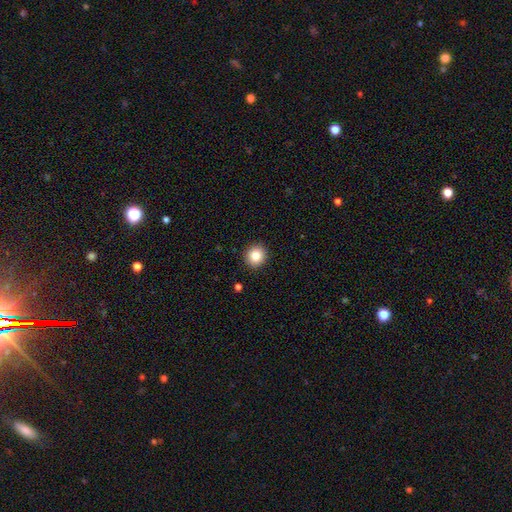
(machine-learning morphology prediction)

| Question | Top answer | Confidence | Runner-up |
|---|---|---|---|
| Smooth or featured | smooth | 84% | star or artifact (10%) |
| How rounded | round | 88% | in between (11%) |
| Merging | none | 92% | minor disturbance (5%) |